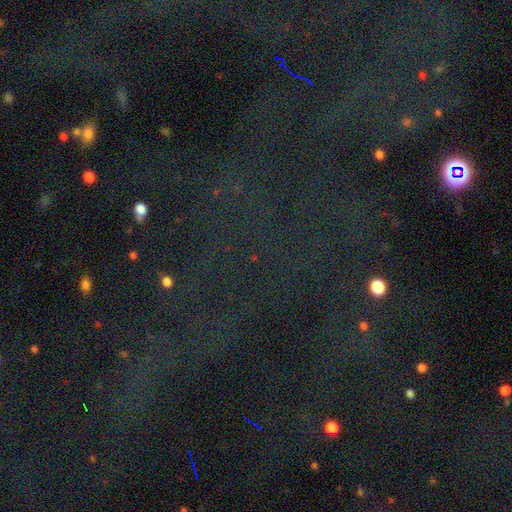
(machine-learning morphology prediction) type=star or artifact (78%).